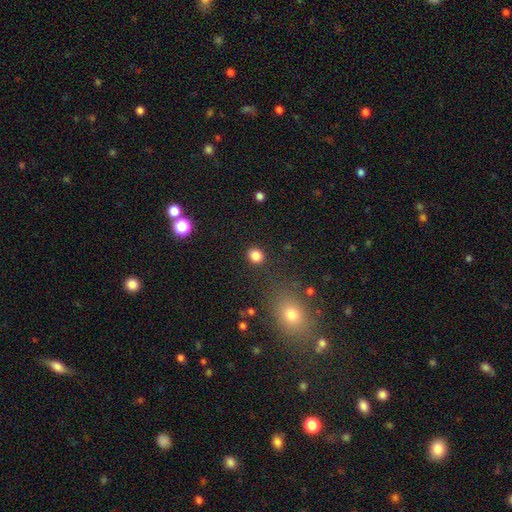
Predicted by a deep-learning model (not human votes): This is clearly a smooth galaxy (84%). How rounded: likely round (79%). Merging: clearly none (89%).